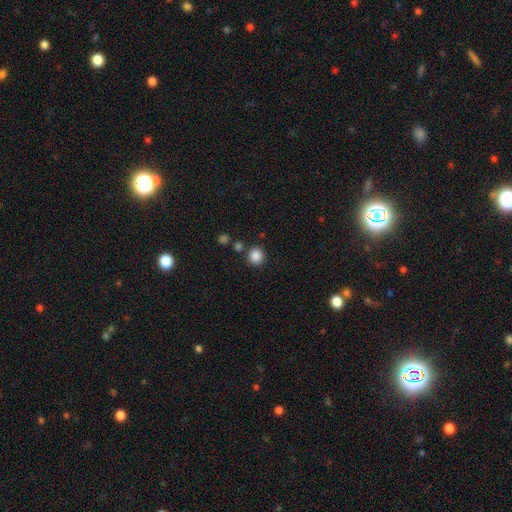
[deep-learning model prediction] The model was most divided on "merging": none: 83%, minor disturbance: 8%, merger: 6%, major disturbance: 3%. More confident: how rounded — round (89%); smooth or featured — smooth (87%).